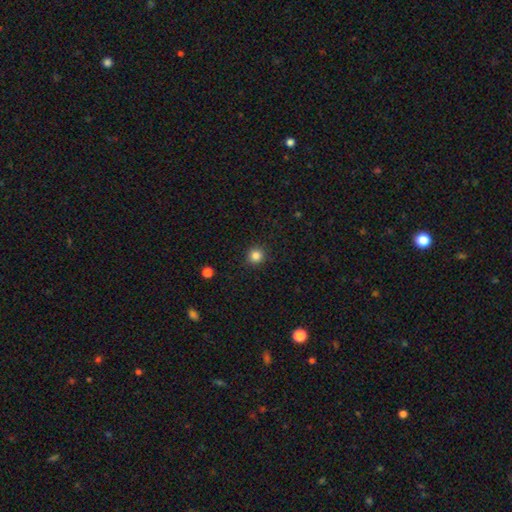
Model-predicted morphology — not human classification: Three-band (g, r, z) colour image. It shows a smooth galaxy with no disk features (84%) that is round (93%). Merging: none (91%).